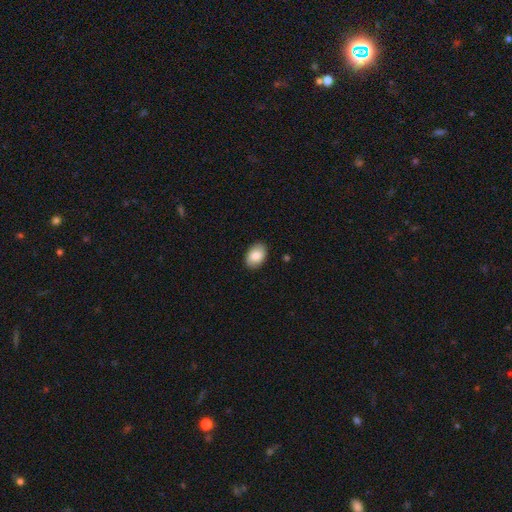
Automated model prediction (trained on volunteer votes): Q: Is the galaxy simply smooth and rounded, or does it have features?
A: smooth — 83%.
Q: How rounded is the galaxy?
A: in between — 84%.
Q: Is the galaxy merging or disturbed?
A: none — 88%.